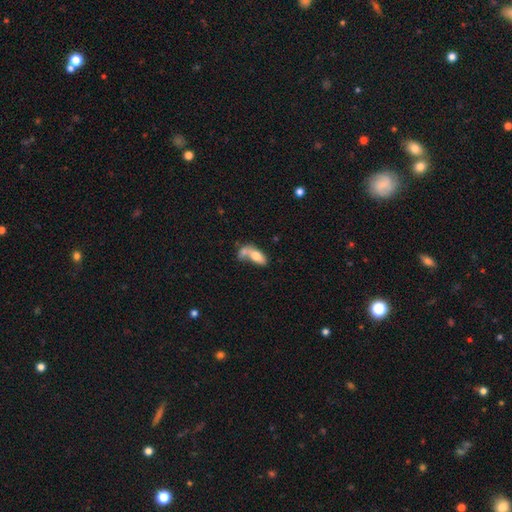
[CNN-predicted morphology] The model was most divided on "merging": merger: 52%, none: 24%, minor disturbance: 12%, major disturbance: 12%. More confident: how rounded — in between (79%); smooth or featured — smooth (69%).